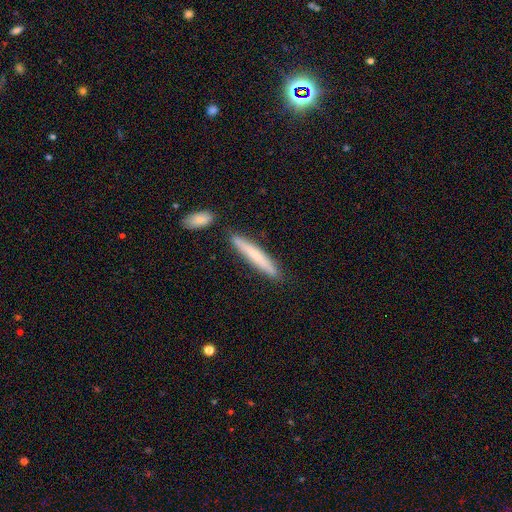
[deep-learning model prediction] Smooth or featured? Predicted: smooth (p=0.68). How rounded? Predicted: cigar-shaped (p=0.95). Merging? Predicted: none (p=0.82).